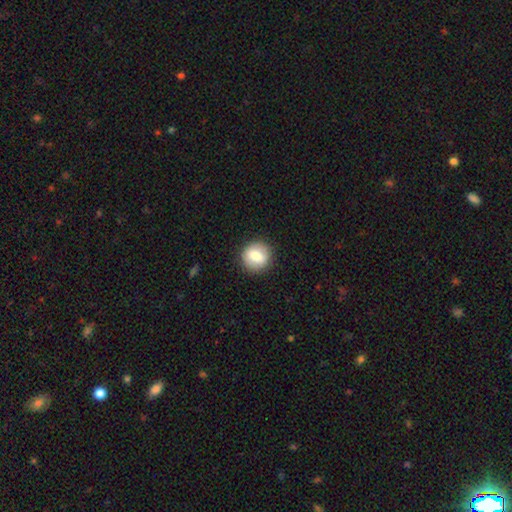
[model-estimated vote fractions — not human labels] The model was most divided on "smooth or featured": smooth: 76%, featured or disk: 16%, star or artifact: 8%. More confident: merging — none (88%); how rounded — round (87%).